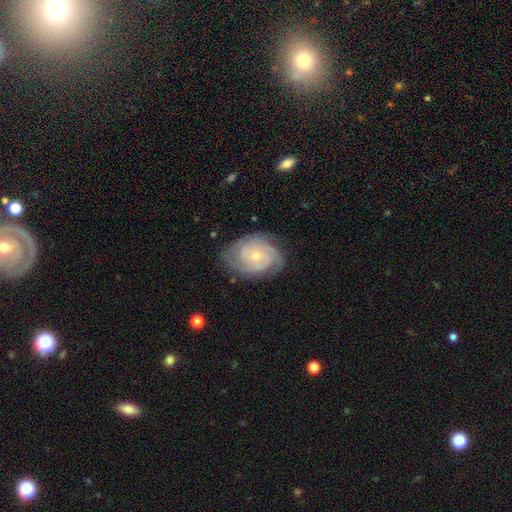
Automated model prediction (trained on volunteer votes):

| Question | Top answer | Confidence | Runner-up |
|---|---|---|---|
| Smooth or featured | featured or disk | 83% | smooth (12%) |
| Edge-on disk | no | 98% | yes (2%) |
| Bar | no | 77% | weak (20%) |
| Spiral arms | yes | 96% | no (4%) |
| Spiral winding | tight | 67% | medium (28%) |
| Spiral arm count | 3 | 34% | can't tell (23%) |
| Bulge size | small | 72% | moderate (24%) |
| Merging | none | 75% | minor disturbance (18%) |